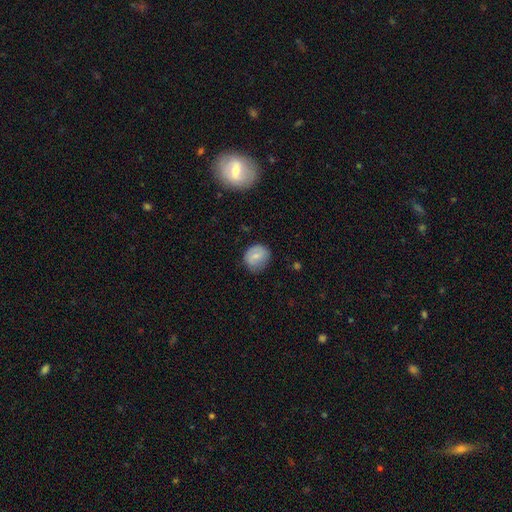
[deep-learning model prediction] Smooth or featured?
  - smooth: 76% *
  - featured or disk: 16%
  - star or artifact: 8%
How rounded?
  - round: 71% *
  - in between: 28%
  - cigar-shaped: 1%
Merging?
  - none: 68% *
  - minor disturbance: 25%
  - major disturbance: 6%
  - merger: 1%